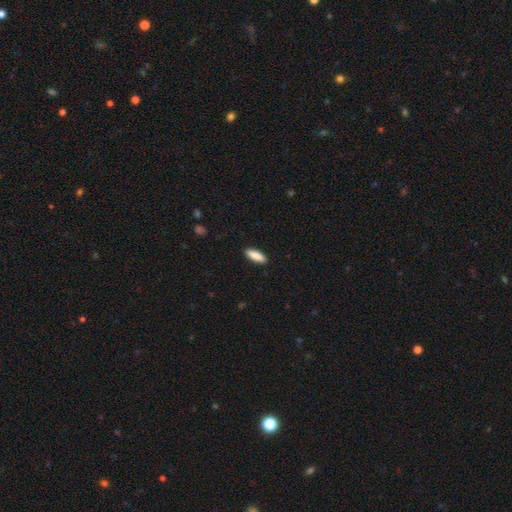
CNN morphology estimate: This is clearly a smooth galaxy (88%). How rounded: possibly in between (60%). Merging: clearly none (90%).